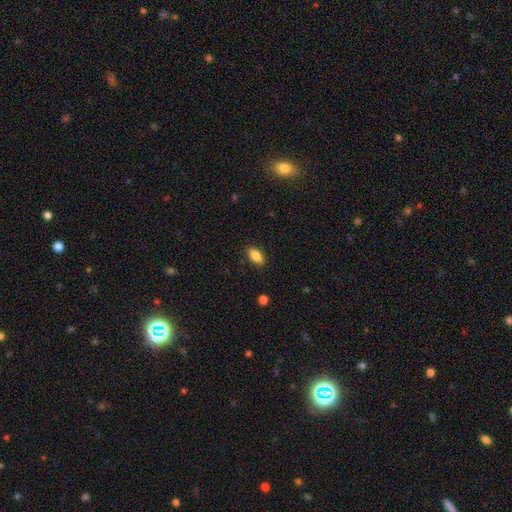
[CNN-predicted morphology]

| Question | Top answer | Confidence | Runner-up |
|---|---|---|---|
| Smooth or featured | smooth | 86% | star or artifact (8%) |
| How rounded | in between | 91% | cigar-shaped (5%) |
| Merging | none | 89% | minor disturbance (8%) |